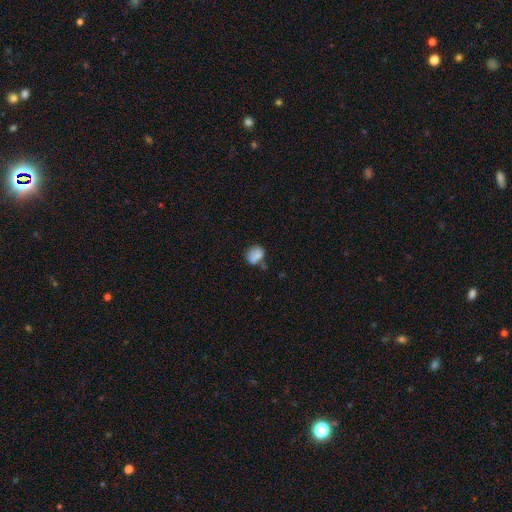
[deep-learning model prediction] smooth-or-featured: smooth: 73% | featured or disk: 17% | star or artifact: 10%
  how-rounded: round: 52% | in between: 47% | cigar-shaped: 1%
  merging: none: 44% | minor disturbance: 24% | merger: 21% | major disturbance: 10%